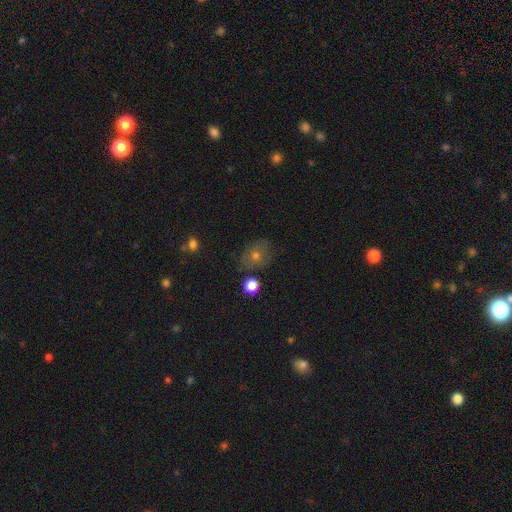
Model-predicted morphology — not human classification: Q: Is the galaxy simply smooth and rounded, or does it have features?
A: smooth — 64%.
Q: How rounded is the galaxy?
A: round — 58%.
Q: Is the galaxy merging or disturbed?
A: none — 72%.